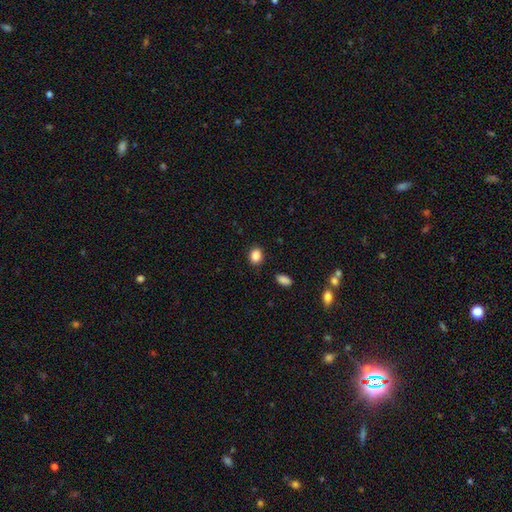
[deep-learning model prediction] A smooth galaxy with no disk features (87%) that is in between round and cigar-shaped (52%).

Vote fractions:
- Smooth or featured? smooth: 87% / star or artifact: 9% / featured or disk: 4%
- How rounded? in between: 52% / round: 46% / cigar-shaped: 1%
- Merging? none: 87% / minor disturbance: 8% / major disturbance: 2% / merger: 2%